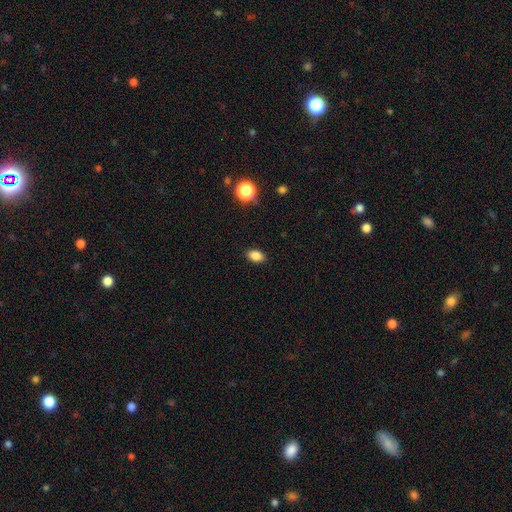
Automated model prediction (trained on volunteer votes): A smooth galaxy with no disk features (86%) that is in between round and cigar-shaped (84%). Merging: none (89%).